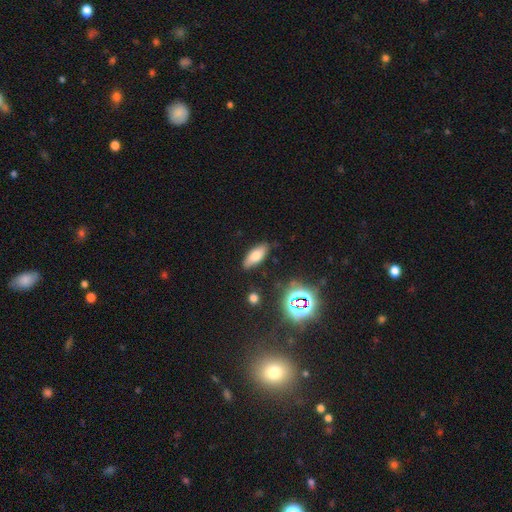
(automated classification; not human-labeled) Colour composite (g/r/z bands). It shows a smooth galaxy with no disk features (71%) that is in between round and cigar-shaped (77%). Merging: none (82%).